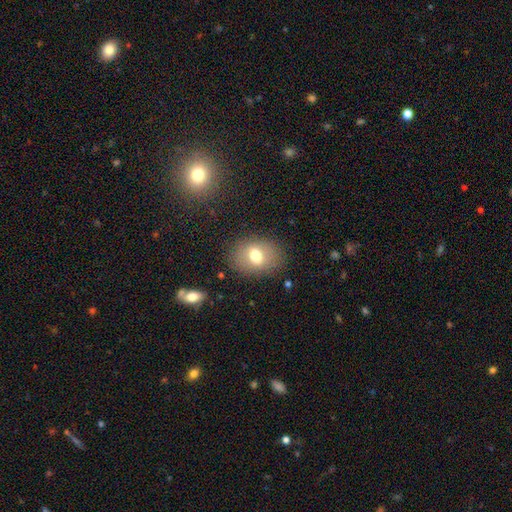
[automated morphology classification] smooth-or-featured: smooth: 70% | featured or disk: 20% | star or artifact: 9%
  how-rounded: in between: 69% | round: 30% | cigar-shaped: 1%
  merging: none: 82% | minor disturbance: 12% | major disturbance: 5% | merger: 1%